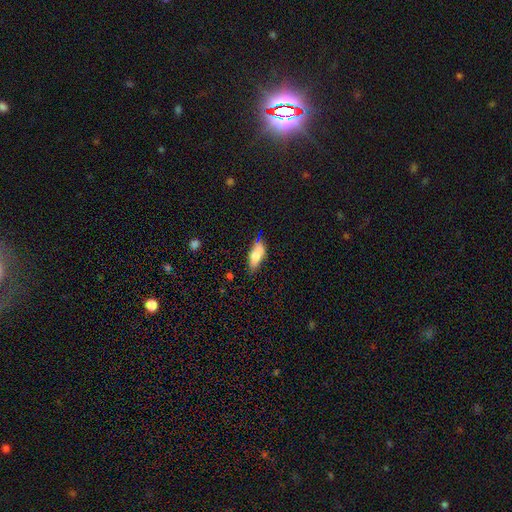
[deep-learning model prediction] smooth_or_featured: smooth (p=0.69) [alt: featured or disk p=0.22]
how_rounded: in between (p=0.80) [alt: cigar-shaped p=0.16]
merging: none (p=0.59) [alt: minor disturbance p=0.25]